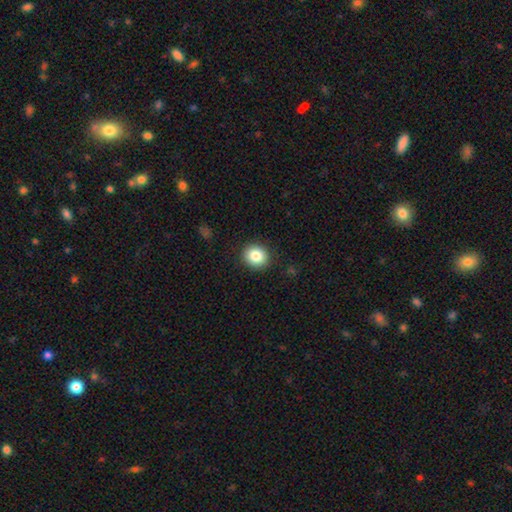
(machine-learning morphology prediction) smooth_or_featured: smooth (p=0.85) [alt: star or artifact p=0.09]
how_rounded: round (p=0.82) [alt: in between p=0.17]
merging: none (p=0.90) [alt: minor disturbance p=0.07]